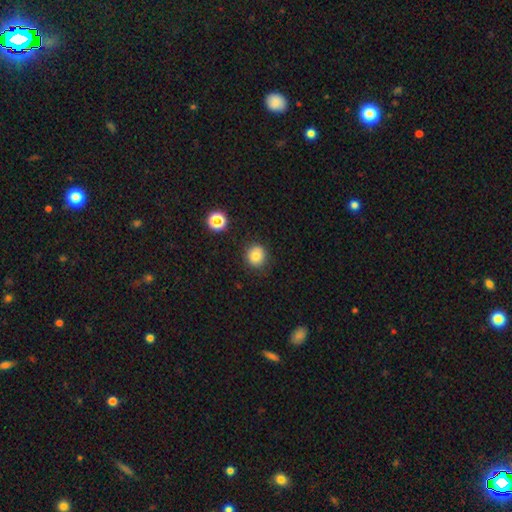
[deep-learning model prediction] Smooth or featured?
  - smooth: 82% *
  - star or artifact: 12%
  - featured or disk: 7%
How rounded?
  - round: 88% *
  - in between: 11%
  - cigar-shaped: 1%
Merging?
  - none: 84% *
  - minor disturbance: 11%
  - major disturbance: 3%
  - merger: 2%